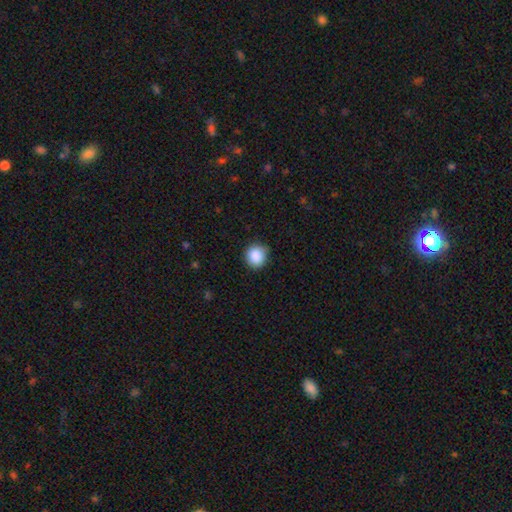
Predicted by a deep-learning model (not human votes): Smooth or featured: smooth — 88% (star or artifact — 8%)
How rounded: round — 86% (in between — 13%)
Merging: none — 84% (minor disturbance — 13%)